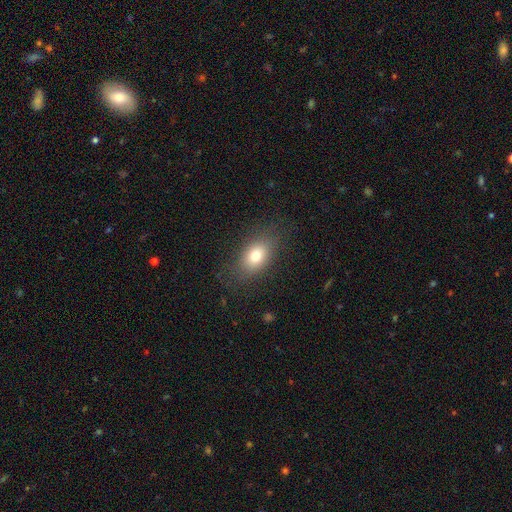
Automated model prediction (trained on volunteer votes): smooth 75%, featured or disk 14%, star or artifact 11%. Down the decision tree: how rounded — in between (79%); merging — none (81%).